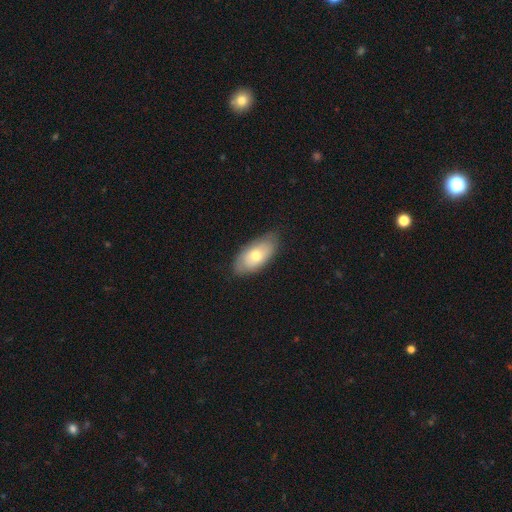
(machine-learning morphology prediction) Q: Smooth or featured?
A: smooth (65%); runner-up: featured or disk (29%)
Q: How rounded?
A: in between (92%); runner-up: cigar-shaped (4%)
Q: Merging?
A: none (78%); runner-up: minor disturbance (18%)